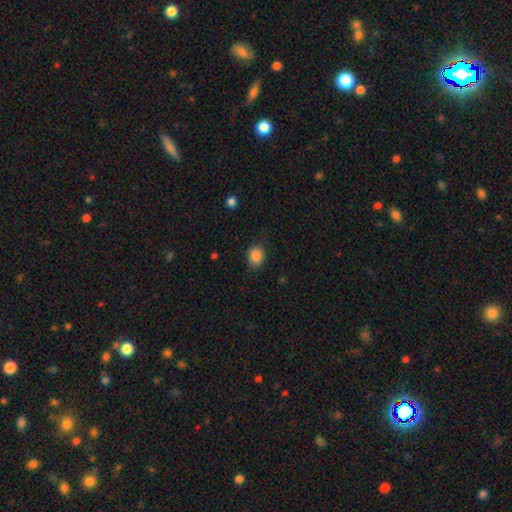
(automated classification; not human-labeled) This appears to be a smooth galaxy with no disk features (87%) that is round (58%). Merging: none (81%).